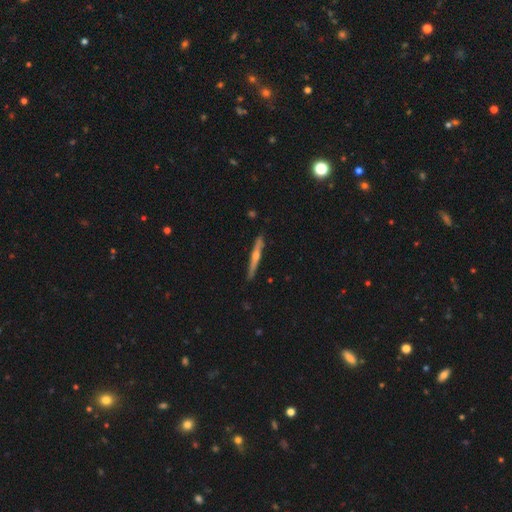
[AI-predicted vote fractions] This appears to be a featured or disk galaxy (65%) viewed edge-on (97%) with a rounded central bulge (80%). Merging: none (88%).